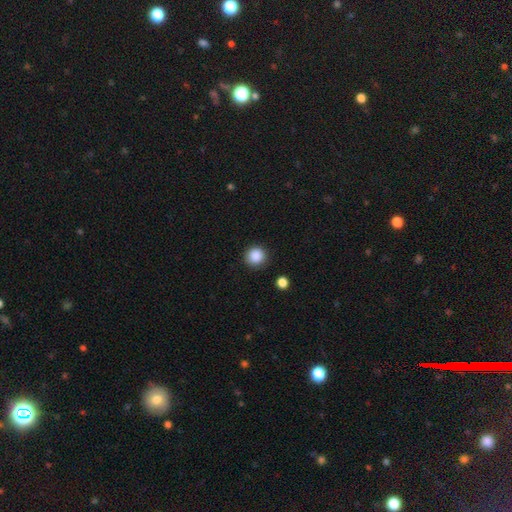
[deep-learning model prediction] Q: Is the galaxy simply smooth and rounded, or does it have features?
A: smooth — 88%.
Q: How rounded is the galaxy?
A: round — 94%.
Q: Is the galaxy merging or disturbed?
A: none — 89%.